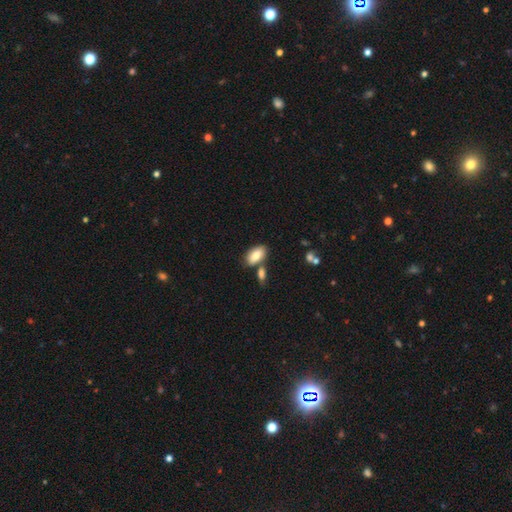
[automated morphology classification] smooth-or-featured: smooth: 80% | featured or disk: 13% | star or artifact: 7%
  how-rounded: in between: 93% | cigar-shaped: 4% | round: 4%
  merging: none: 65% | merger: 20% | minor disturbance: 12% | major disturbance: 3%